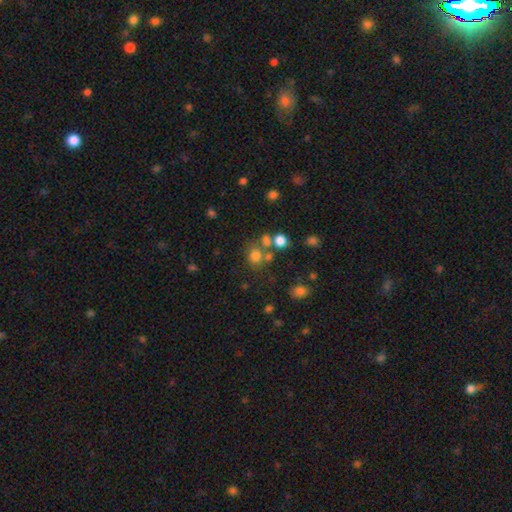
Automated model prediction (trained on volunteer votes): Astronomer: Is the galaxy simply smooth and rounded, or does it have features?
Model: smooth — 73%.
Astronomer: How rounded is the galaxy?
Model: round — 75%.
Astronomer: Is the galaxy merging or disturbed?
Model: none — 58%.